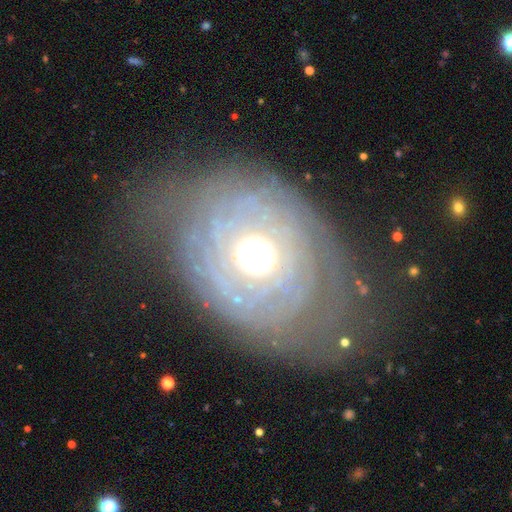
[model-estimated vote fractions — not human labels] Overall: featured or disk (80%). Edge-on disk: no (95%). Bar: no (82%). Spiral arms: yes (77%). Spiral arm count: can't tell (49%; 2 15%). Spiral winding: tight (76%). Bulge size: moderate (67%). Merging: none (69%).